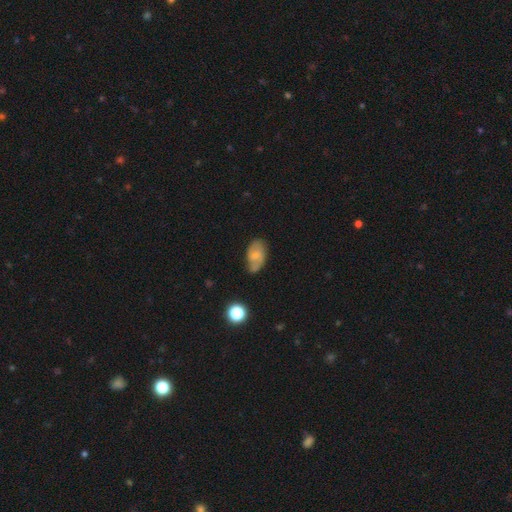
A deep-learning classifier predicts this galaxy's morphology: This appears to be a featured or disk galaxy (48%). Merging: none (60%).